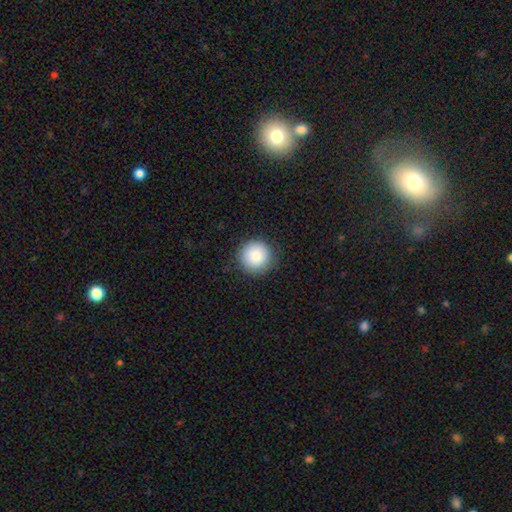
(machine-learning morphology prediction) A smooth galaxy with no disk features (84%) that is round (95%).

Vote fractions:
- Smooth or featured? smooth: 84% / star or artifact: 9% / featured or disk: 7%
- How rounded? round: 95% / in between: 4% / cigar-shaped: 1%
- Merging? none: 88% / minor disturbance: 8% / major disturbance: 2% / merger: 1%